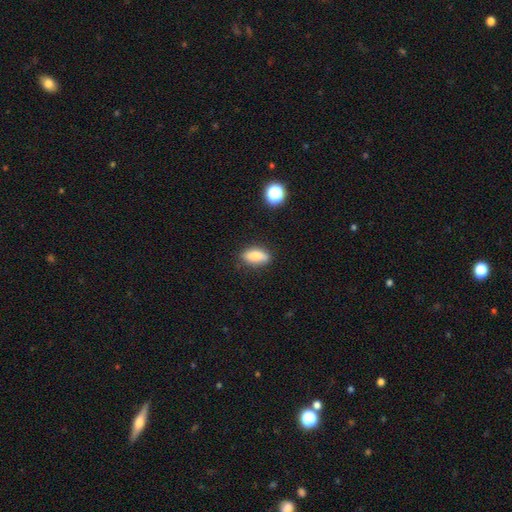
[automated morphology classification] Overall: smooth (82%). How rounded: in between (82%). Merging: none (82%).